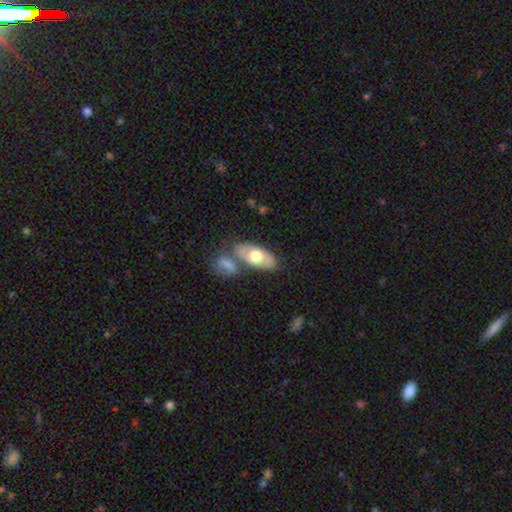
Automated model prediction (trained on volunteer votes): Smooth or featured? smooth (61%)
How rounded? in between (90%)
Merging? none (60%)